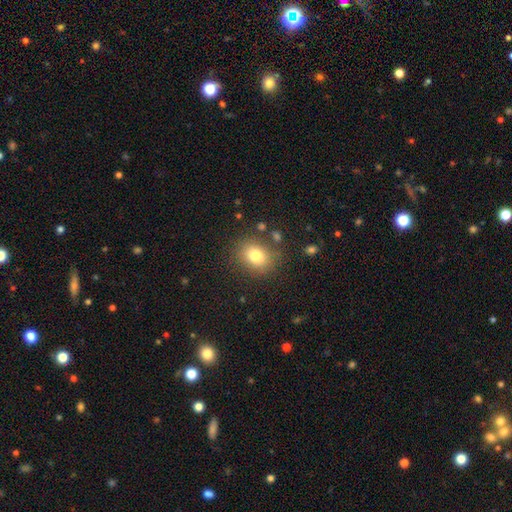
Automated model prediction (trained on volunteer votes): Smooth or featured? Predicted: smooth (p=0.79). How rounded? Predicted: round (p=0.51). Merging? Predicted: none (p=0.81).